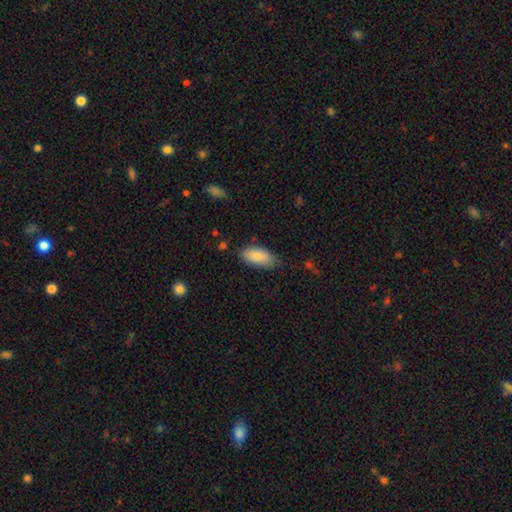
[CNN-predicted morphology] The model was most divided on "merging": none: 71%, minor disturbance: 23%, major disturbance: 4%, merger: 2%. More confident: how rounded — in between (89%); smooth or featured — smooth (84%).